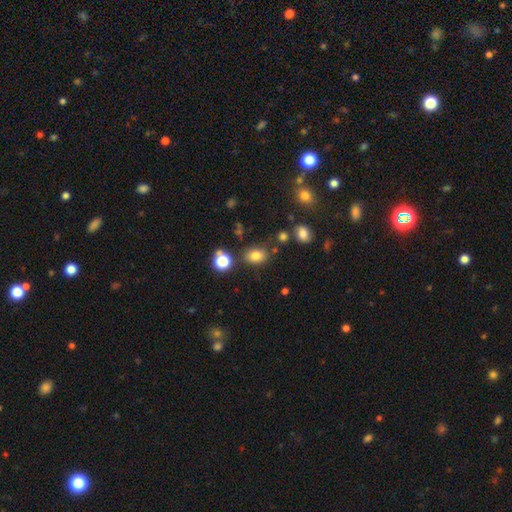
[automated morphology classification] This is likely a smooth galaxy (79%). How rounded: likely in between (63%). Merging: likely none (76%).